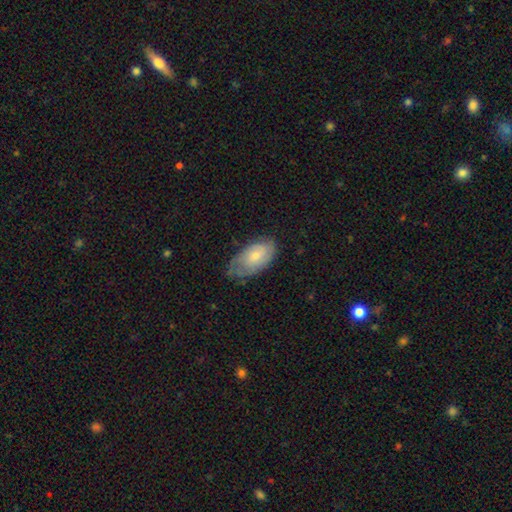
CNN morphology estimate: A smooth galaxy with no disk features (58%) that is in between round and cigar-shaped (93%).

Vote fractions:
- Smooth or featured? smooth: 58% / featured or disk: 36% / star or artifact: 6%
- How rounded? in between: 93% / round: 4% / cigar-shaped: 3%
- Merging? none: 53% / minor disturbance: 35% / major disturbance: 11% / merger: 2%